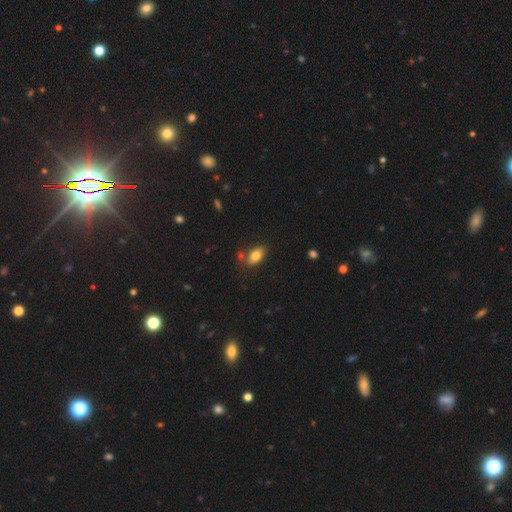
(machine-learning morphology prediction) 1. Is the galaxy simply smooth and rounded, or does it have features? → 80% smooth, 12% featured or disk, 8% star or artifact.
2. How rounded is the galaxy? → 90% in between, 5% round, 5% cigar-shaped.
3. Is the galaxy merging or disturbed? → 74% none, 14% minor disturbance, 9% merger, 3% major disturbance.